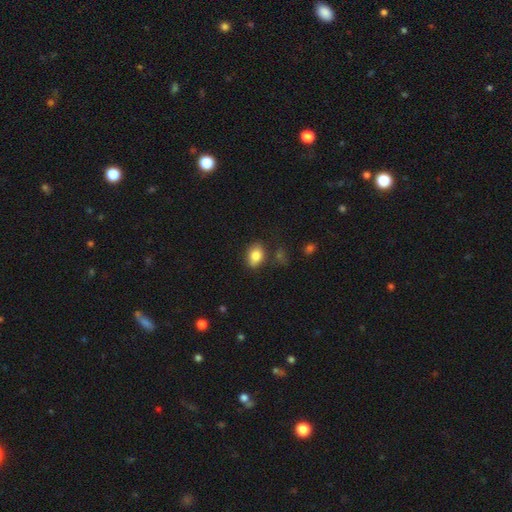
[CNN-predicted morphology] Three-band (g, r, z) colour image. It shows a smooth galaxy with no disk features (84%) that is in between round and cigar-shaped (79%). Merging: none (73%).